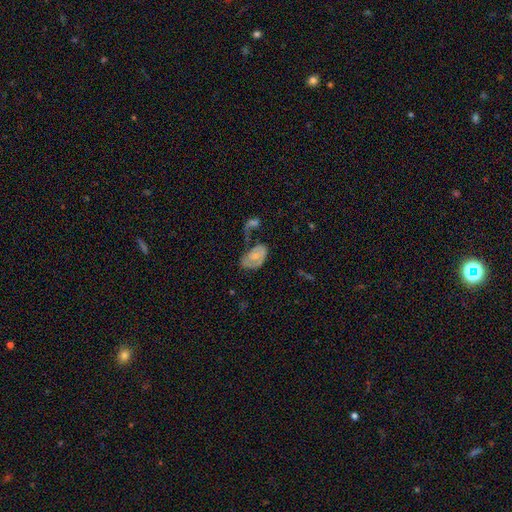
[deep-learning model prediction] Smooth or featured?
  - featured or disk: 57% *
  - smooth: 36%
  - star or artifact: 7%
Edge-on disk?
  - no: 96% *
  - yes: 4%
Bar?
  - no: 74% *
  - weak: 21%
  - strong: 4%
Spiral arms?
  - yes: 65% *
  - no: 35%
Bulge size?
  - moderate: 52% *
  - small: 37%
  - none: 5%
  - large: 5%
  - dominant: 1%
Merging?
  - major disturbance: 31% *
  - none: 30%
  - minor disturbance: 24%
  - merger: 15%